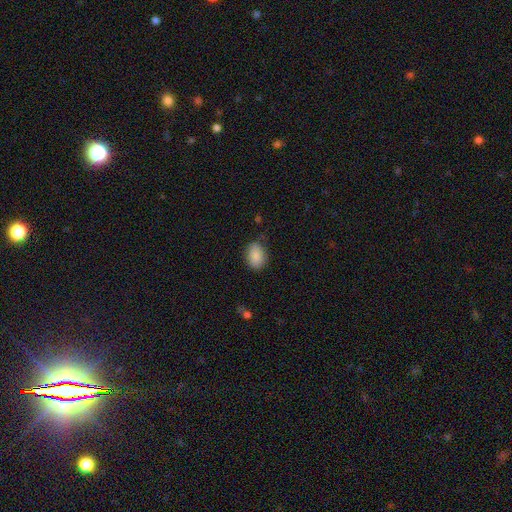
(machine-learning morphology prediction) Smooth or featured?
  - smooth: 86% *
  - star or artifact: 8%
  - featured or disk: 7%
How rounded?
  - in between: 82% *
  - round: 17%
  - cigar-shaped: 1%
Merging?
  - none: 78% *
  - minor disturbance: 17%
  - major disturbance: 4%
  - merger: 1%